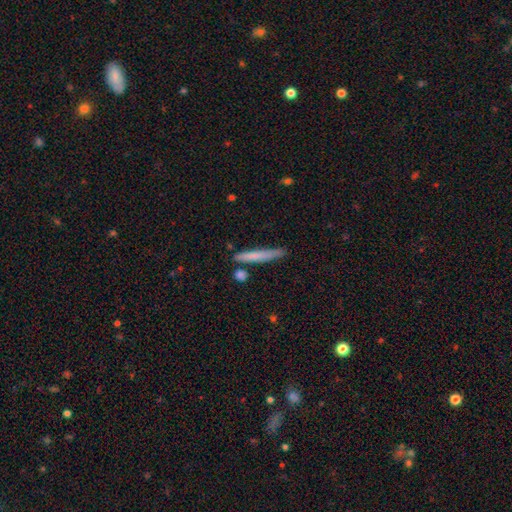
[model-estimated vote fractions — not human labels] Smooth or featured: smooth — 70% (featured or disk — 24%)
How rounded: cigar-shaped — 95% (in between — 3%)
Merging: none — 79% (minor disturbance — 13%)